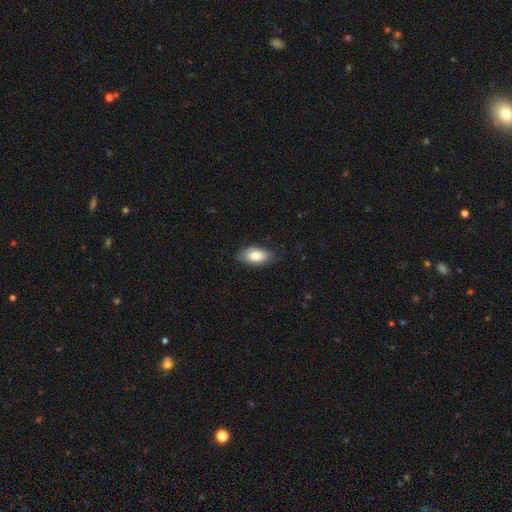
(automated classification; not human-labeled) smooth_or_featured: smooth (p=0.82) [alt: featured or disk p=0.12]
how_rounded: in between (p=0.92) [alt: cigar-shaped p=0.04]
merging: none (p=0.79) [alt: minor disturbance p=0.17]